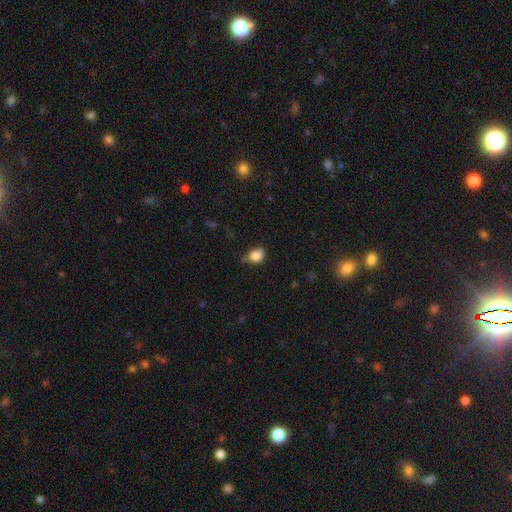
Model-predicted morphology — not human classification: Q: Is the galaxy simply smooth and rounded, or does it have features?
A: smooth — 83%.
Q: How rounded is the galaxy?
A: round — 51%.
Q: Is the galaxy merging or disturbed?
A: none — 44%.